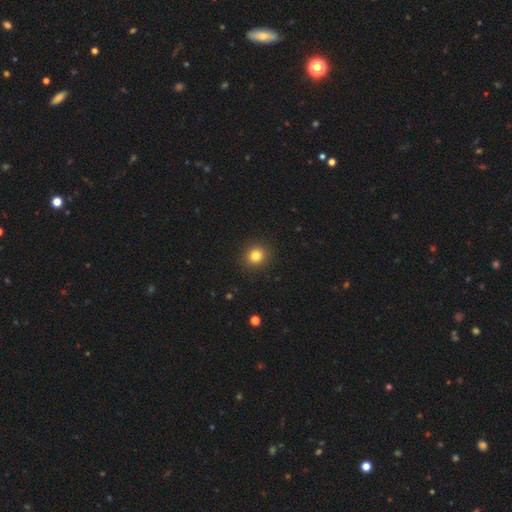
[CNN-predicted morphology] Smooth or featured?
  - smooth: 82% *
  - star or artifact: 12%
  - featured or disk: 6%
How rounded?
  - round: 88% *
  - in between: 11%
  - cigar-shaped: 1%
Merging?
  - none: 92% *
  - minor disturbance: 5%
  - major disturbance: 2%
  - merger: 1%